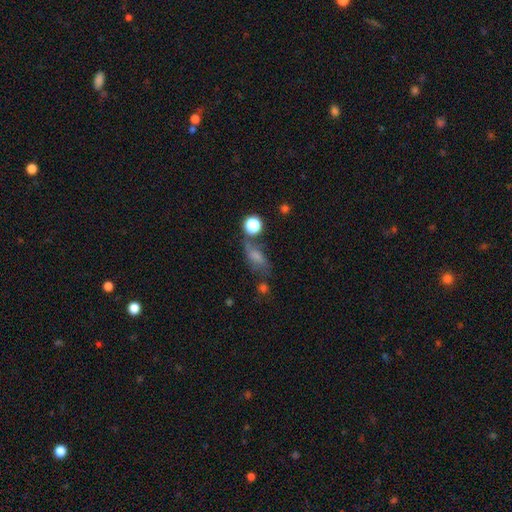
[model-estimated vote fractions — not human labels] Q: Smooth or featured?
A: smooth (55%); runner-up: featured or disk (27%)
Q: How rounded?
A: in between (69%); runner-up: round (17%)
Q: Merging?
A: none (46%); runner-up: minor disturbance (23%)